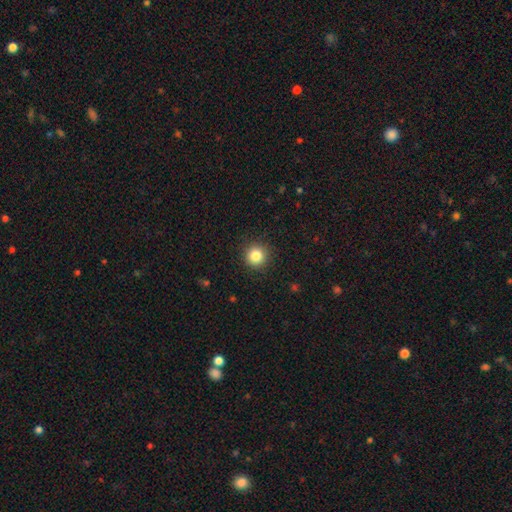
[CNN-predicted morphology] A smooth galaxy with no disk features (84%) that is round (95%). Merging: none (92%).